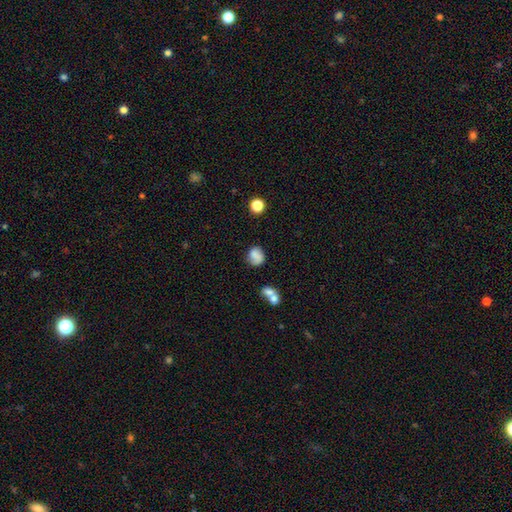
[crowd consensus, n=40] smooth_or_featured: smooth (p=0.70) [alt: featured or disk p=0.20]
how_rounded: round (p=0.79) [alt: in between p=0.21]
merging: none (p=0.72) [alt: minor disturbance p=0.19]